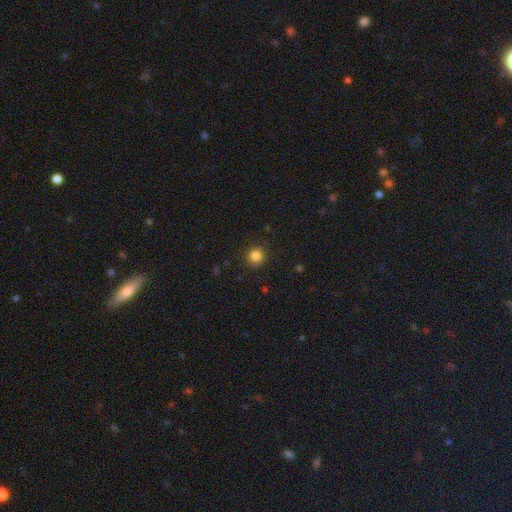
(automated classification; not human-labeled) This appears to be a smooth galaxy with no disk features (84%) that is round (93%). Merging: none (89%).